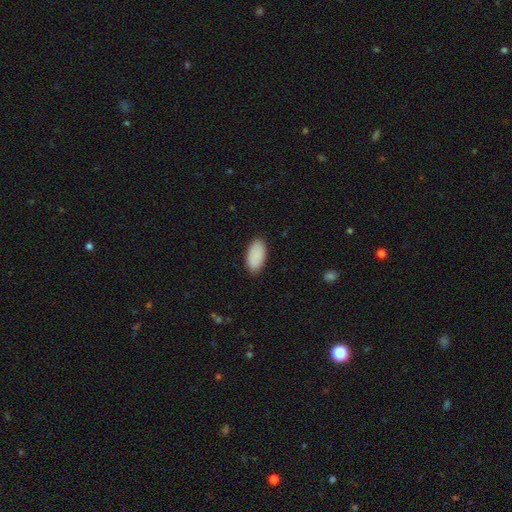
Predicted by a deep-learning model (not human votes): A smooth galaxy with no disk features (90%) that is in between round and cigar-shaped (95%).

Vote fractions:
- Smooth or featured? smooth: 90% / star or artifact: 6% / featured or disk: 4%
- How rounded? in between: 95% / cigar-shaped: 3% / round: 2%
- Merging? none: 87% / minor disturbance: 10% / major disturbance: 2% / merger: 1%